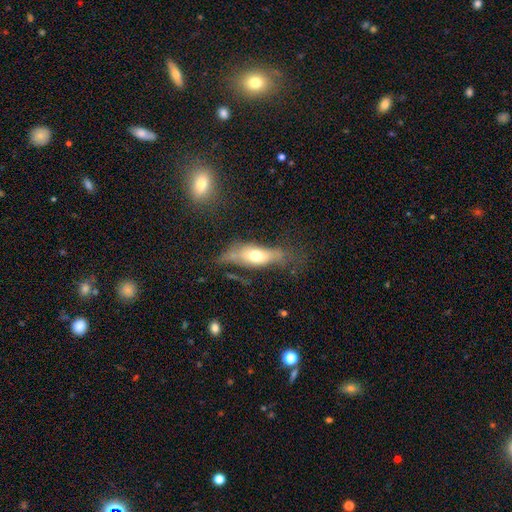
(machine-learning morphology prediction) This is possibly a smooth galaxy (55%). How rounded: likely in between (68%). Merging: marginally none (43%).